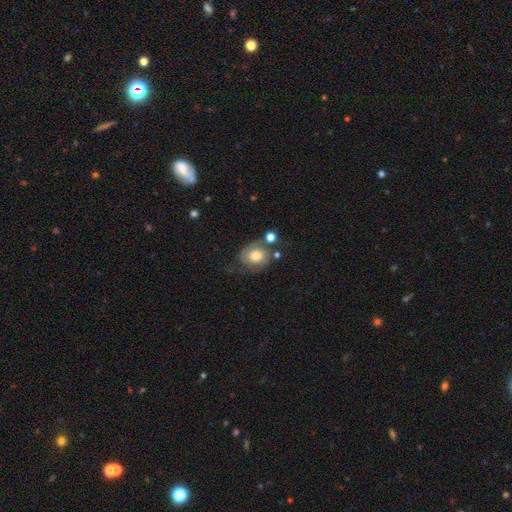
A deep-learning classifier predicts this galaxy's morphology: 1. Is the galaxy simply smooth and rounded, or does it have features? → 51% featured or disk, 40% smooth, 9% star or artifact.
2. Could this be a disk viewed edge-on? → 97% no, 3% yes.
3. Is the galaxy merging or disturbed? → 54% none, 22% minor disturbance, 15% major disturbance, 10% merger.